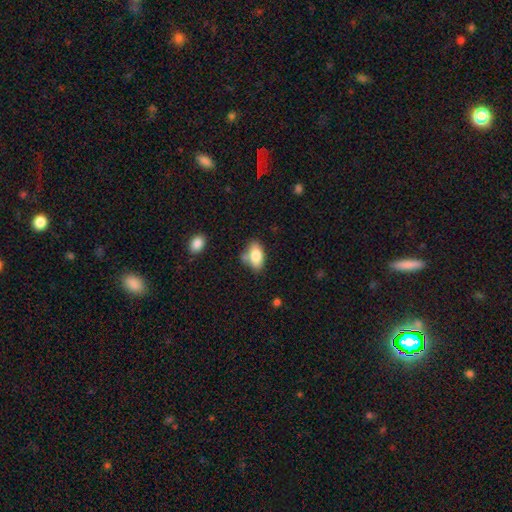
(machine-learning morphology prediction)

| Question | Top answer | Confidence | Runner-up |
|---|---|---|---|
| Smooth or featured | smooth | 81% | featured or disk (11%) |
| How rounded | in between | 91% | round (6%) |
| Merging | none | 63% | minor disturbance (20%) |